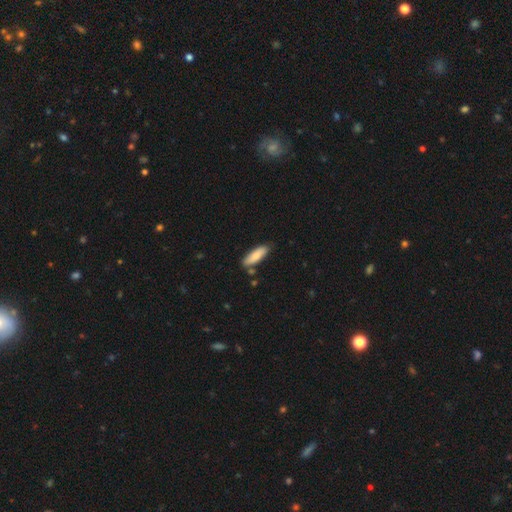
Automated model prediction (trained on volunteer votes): Overall: smooth (82%). How rounded: in between (52%; cigar-shaped 47%). Merging: none (79%).